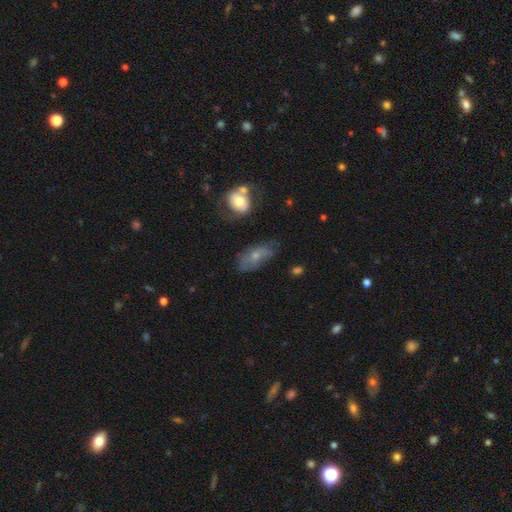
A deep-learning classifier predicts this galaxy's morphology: This is possibly a smooth galaxy (52%). How rounded: clearly in between (85%). Merging: possibly none (47%).